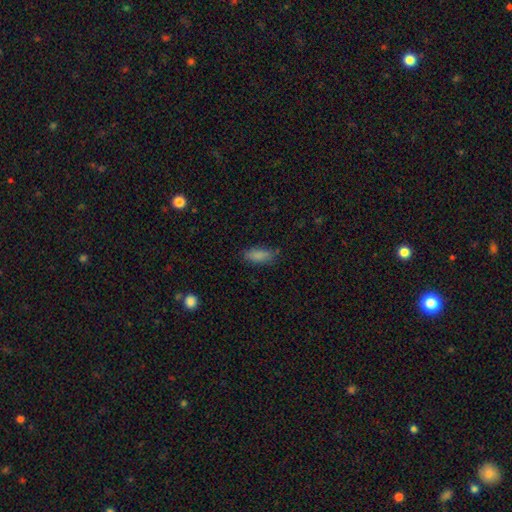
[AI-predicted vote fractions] This is clearly a smooth galaxy (83%). How rounded: likely in between (72%). Merging: likely none (78%).